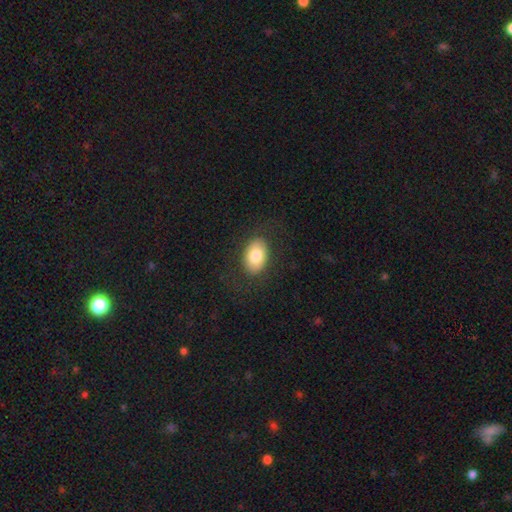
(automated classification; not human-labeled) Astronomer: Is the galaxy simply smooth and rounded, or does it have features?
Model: smooth — 79%.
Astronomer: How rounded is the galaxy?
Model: in between — 87%.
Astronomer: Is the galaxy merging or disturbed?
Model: none — 83%.